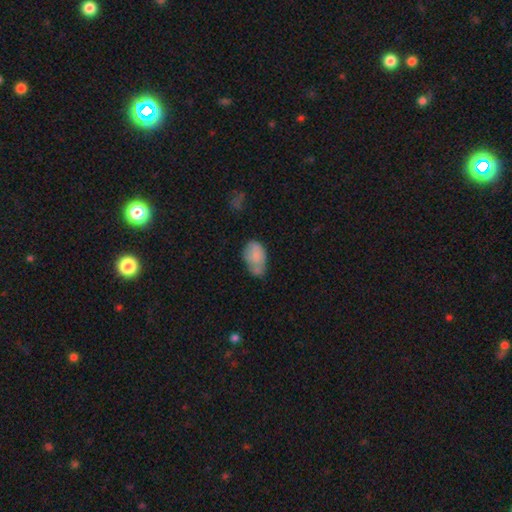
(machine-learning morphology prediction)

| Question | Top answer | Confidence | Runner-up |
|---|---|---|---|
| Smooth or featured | smooth | 77% | featured or disk (15%) |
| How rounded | in between | 90% | round (9%) |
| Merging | none | 36% | minor disturbance (32%) |